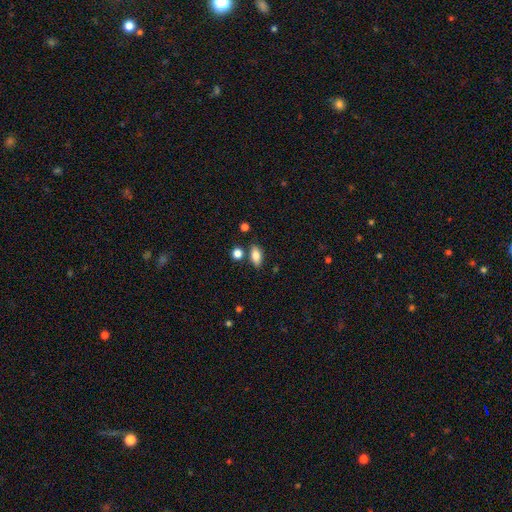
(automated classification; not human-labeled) Smooth or featured?
  - smooth: 80% *
  - featured or disk: 11%
  - star or artifact: 9%
How rounded?
  - in between: 86% *
  - cigar-shaped: 8%
  - round: 7%
Merging?
  - none: 79% *
  - minor disturbance: 11%
  - merger: 7%
  - major disturbance: 3%